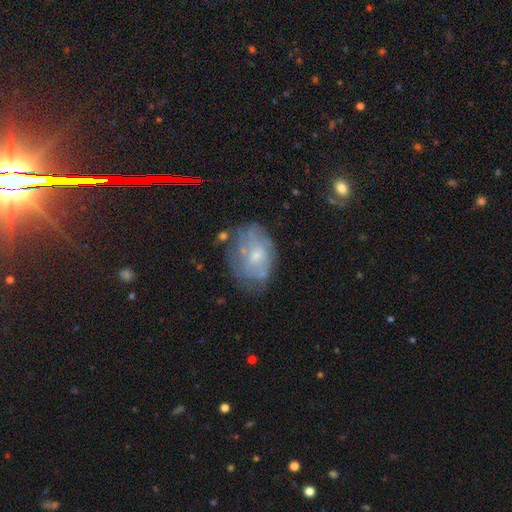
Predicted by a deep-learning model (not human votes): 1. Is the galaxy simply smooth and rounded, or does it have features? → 53% featured or disk, 37% smooth, 9% star or artifact.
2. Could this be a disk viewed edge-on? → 96% no, 4% yes.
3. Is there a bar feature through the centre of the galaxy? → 71% no, 25% weak, 4% strong.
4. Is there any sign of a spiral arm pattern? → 54% no, 46% yes.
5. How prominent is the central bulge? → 55% small, 35% moderate, 7% none, 2% large, 1% dominant.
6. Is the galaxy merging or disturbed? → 55% none, 27% minor disturbance, 13% major disturbance, 5% merger.